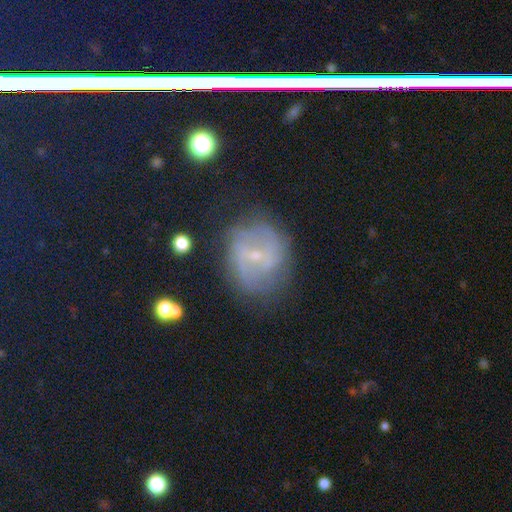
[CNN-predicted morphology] Q: Smooth or featured?
A: featured or disk (69%); runner-up: smooth (21%)
Q: Edge-on disk?
A: no (96%); runner-up: yes (4%)
Q: Bar?
A: weak (47%); runner-up: no (37%)
Q: Spiral arms?
A: yes (73%); runner-up: no (27%)
Q: Bulge size?
A: small (77%); runner-up: moderate (17%)
Q: Merging?
A: none (64%); runner-up: minor disturbance (21%)